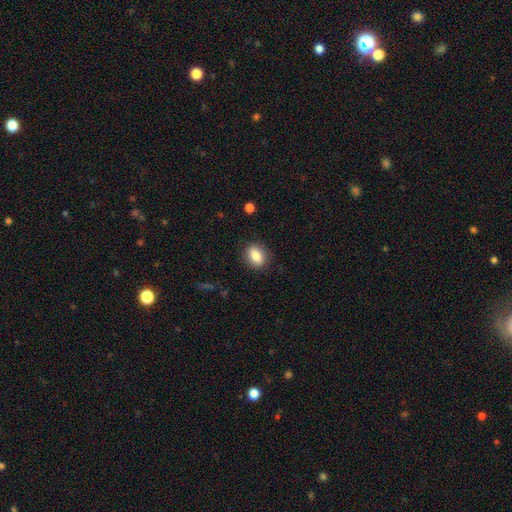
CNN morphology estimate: smooth 84%, star or artifact 8%, featured or disk 8%. Down the decision tree: how rounded — in between (70%); merging — none (87%).